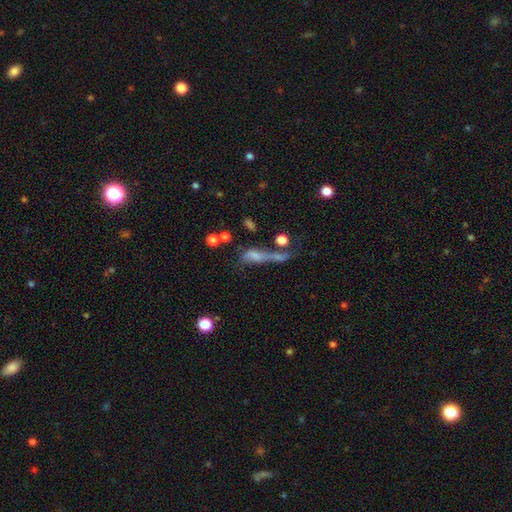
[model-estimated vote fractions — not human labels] smooth-or-featured: smooth: 54% | featured or disk: 29% | star or artifact: 17%
  how-rounded: cigar-shaped: 45% | in between: 43% | round: 12%
  merging: merger: 33% | major disturbance: 28% | none: 23% | minor disturbance: 15%